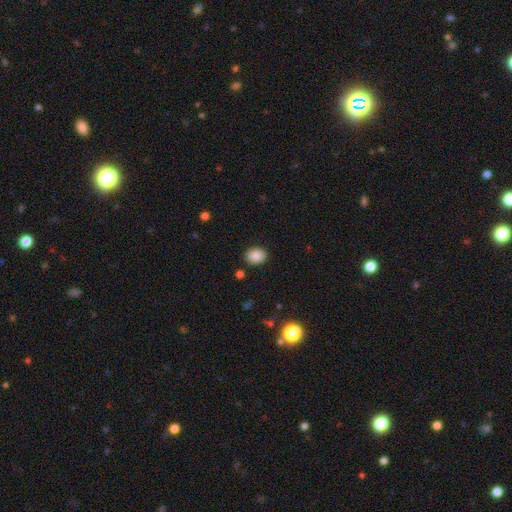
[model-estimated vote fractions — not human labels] smooth_or_featured: smooth (p=0.83) [alt: star or artifact p=0.09]
how_rounded: round (p=0.50) [alt: in between p=0.49]
merging: none (p=0.88) [alt: minor disturbance p=0.08]